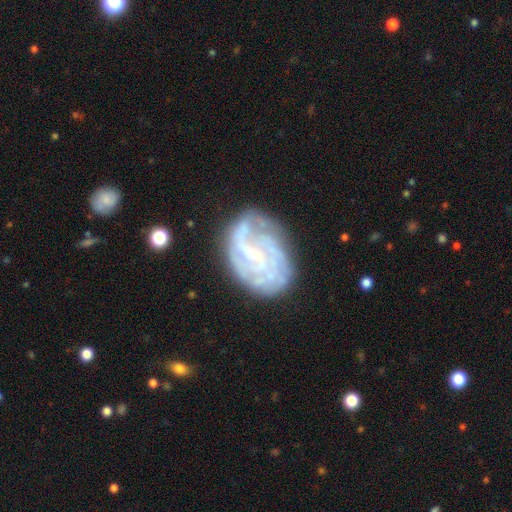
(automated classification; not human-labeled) Smooth or featured? Predicted: featured or disk (p=0.80). Edge-on disk? Predicted: no (p=0.97). Bar? Predicted: weak (p=0.47). Spiral arms? Predicted: yes (p=0.88). Spiral winding? Predicted: tight (p=0.54). Spiral arm count? Predicted: can't tell (p=0.40). Bulge size? Predicted: small (p=0.57). Merging? Predicted: none (p=0.65).